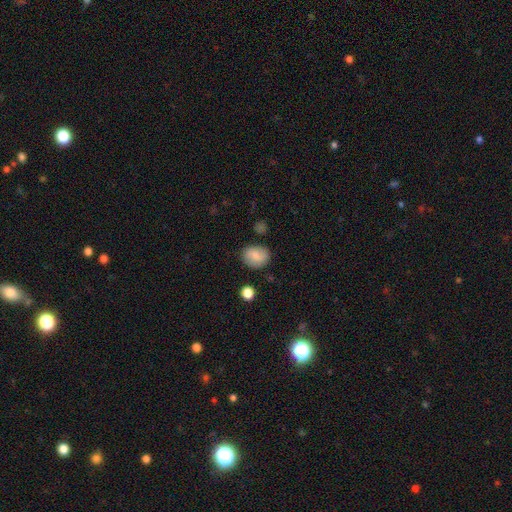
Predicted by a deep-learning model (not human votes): smooth 74%, featured or disk 18%, star or artifact 8%. Down the decision tree: how rounded — round (53%); merging — none (80%).